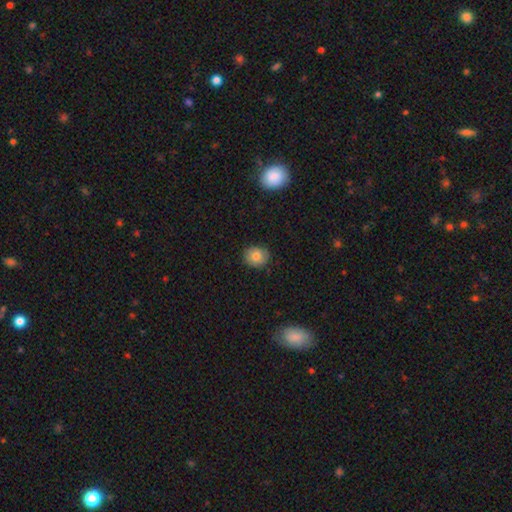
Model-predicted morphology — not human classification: Overall: smooth (79%). How rounded: round (71%). Merging: none (86%).